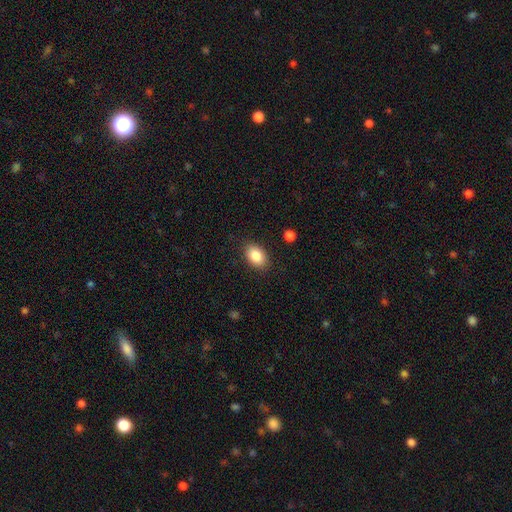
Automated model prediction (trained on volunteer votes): The model was most divided on "how rounded": in between: 86%, round: 13%, cigar-shaped: 1%. More confident: smooth or featured — smooth (87%); merging — none (86%).